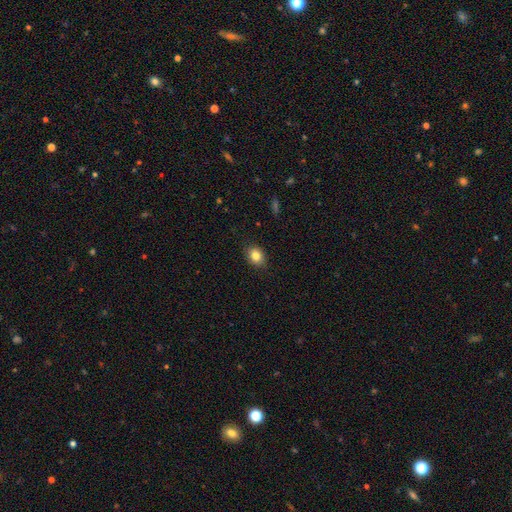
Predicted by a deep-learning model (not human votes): Q: Smooth or featured?
A: smooth (83%); runner-up: star or artifact (10%)
Q: How rounded?
A: in between (55%); runner-up: round (43%)
Q: Merging?
A: none (87%); runner-up: minor disturbance (10%)